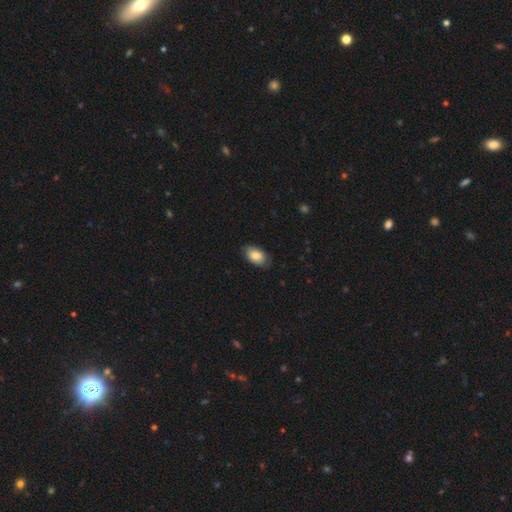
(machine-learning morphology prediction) Smooth or featured?
  - smooth: 83% *
  - featured or disk: 10%
  - star or artifact: 7%
How rounded?
  - in between: 91% *
  - round: 7%
  - cigar-shaped: 1%
Merging?
  - none: 79% *
  - minor disturbance: 17%
  - major disturbance: 3%
  - merger: 1%